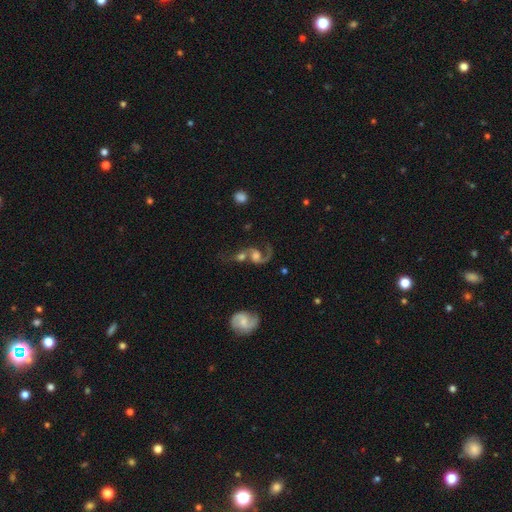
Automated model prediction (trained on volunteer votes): smooth-or-featured: featured or disk: 78% | smooth: 14% | star or artifact: 8%
  disk-edge-on: no: 97% | yes: 3%
    bar: no: 60% | weak: 32% | strong: 9%
    has-spiral-arms: yes: 93% | no: 7%
      spiral-winding: loose: 53% | medium: 38% | tight: 9%
      spiral-arm-count: 2: 67% | 1: 27% | can't tell: 3% | 3: 1% | 4: 1% | more than 4: 1%
    bulge-size: moderate: 45% | large: 28% | small: 16% | none: 7% | dominant: 4%
  merging: merger: 50% | none: 26% | major disturbance: 15% | minor disturbance: 9%